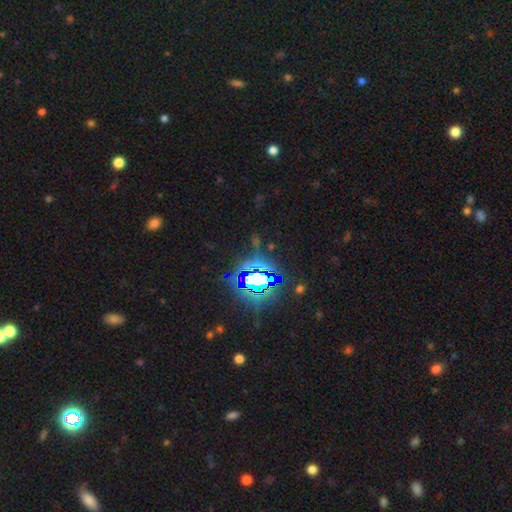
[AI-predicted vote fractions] This appears to be a star or artifact, not a galaxy (80%).